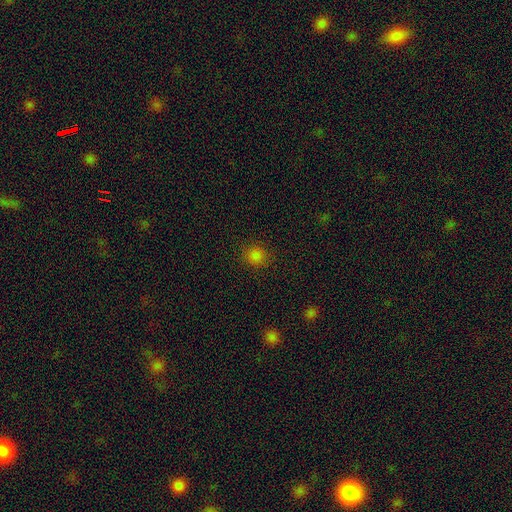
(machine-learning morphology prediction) Overall: smooth (81%). How rounded: round (87%). Merging: none (88%).